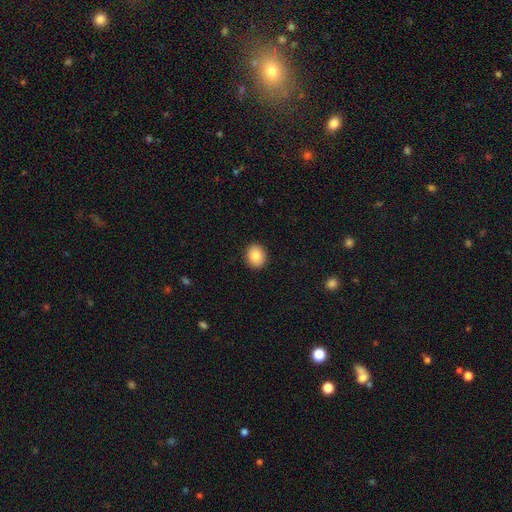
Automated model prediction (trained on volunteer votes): smooth_or_featured: smooth (p=0.85) [alt: star or artifact p=0.08]
how_rounded: round (p=0.68) [alt: in between p=0.31]
merging: none (p=0.91) [alt: minor disturbance p=0.06]